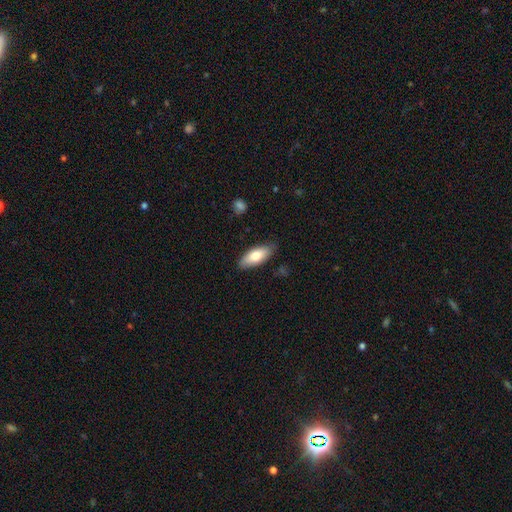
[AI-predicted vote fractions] smooth_or_featured: smooth (p=0.76) [alt: featured or disk p=0.18]
how_rounded: in between (p=0.79) [alt: cigar-shaped p=0.19]
merging: none (p=0.84) [alt: minor disturbance p=0.13]